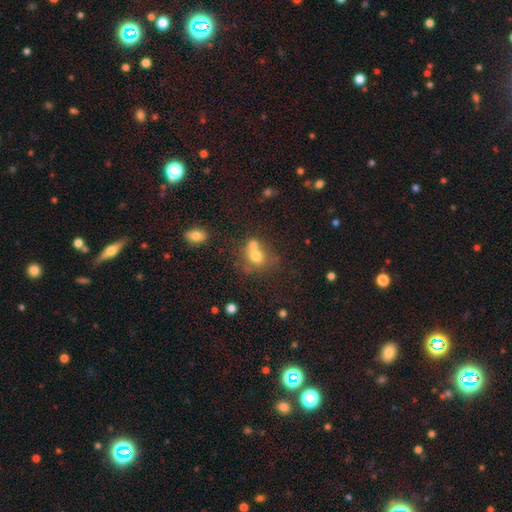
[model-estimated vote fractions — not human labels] smooth-or-featured: smooth: 70% | featured or disk: 17% | star or artifact: 13%
  how-rounded: round: 70% | in between: 29% | cigar-shaped: 1%
  merging: merger: 52% | none: 33% | minor disturbance: 9% | major disturbance: 5%